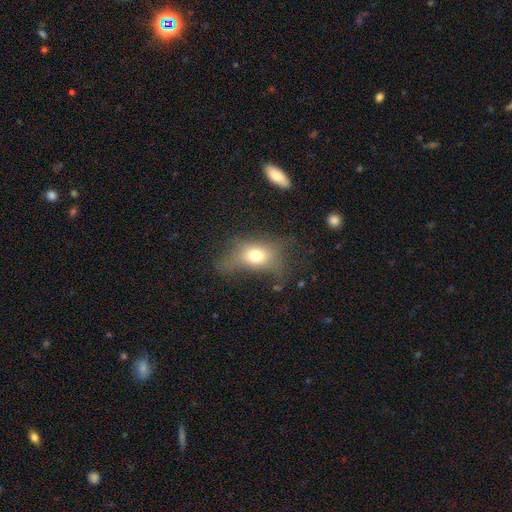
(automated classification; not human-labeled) smooth_or_featured: smooth (p=0.65) [alt: featured or disk p=0.21]
how_rounded: in between (p=0.71) [alt: round p=0.25]
merging: none (p=0.38) [alt: major disturbance p=0.34]